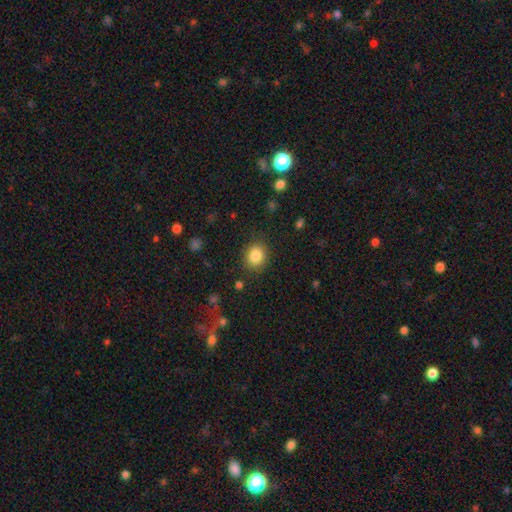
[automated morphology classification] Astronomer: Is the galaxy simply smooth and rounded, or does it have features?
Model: smooth — 85%.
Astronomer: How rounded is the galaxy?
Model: round — 72%.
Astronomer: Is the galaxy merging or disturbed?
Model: none — 86%.